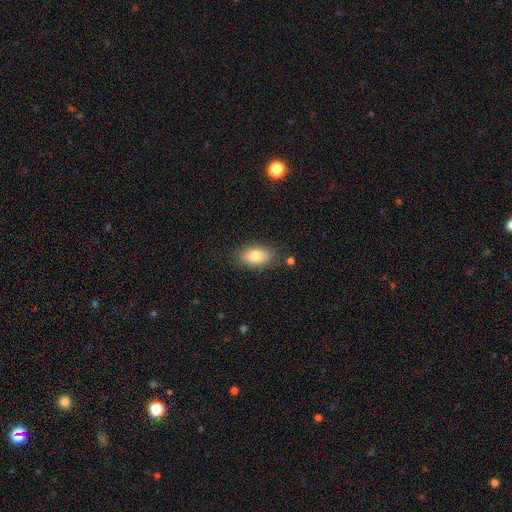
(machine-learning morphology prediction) Smooth or featured? smooth (82%)
How rounded? in between (90%)
Merging? none (82%)